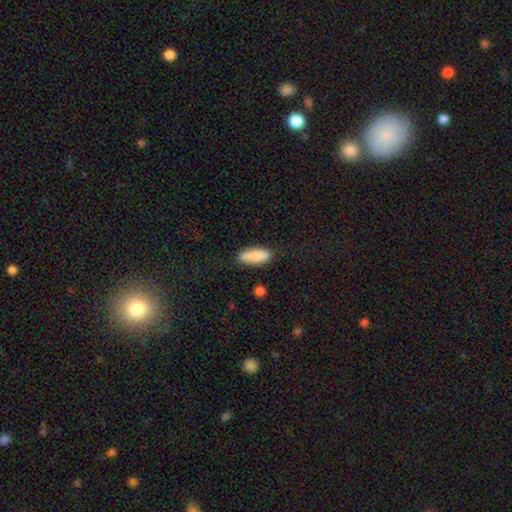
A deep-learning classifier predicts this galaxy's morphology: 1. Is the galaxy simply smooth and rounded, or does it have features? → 88% smooth, 6% star or artifact, 6% featured or disk.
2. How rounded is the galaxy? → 67% in between, 31% cigar-shaped, 2% round.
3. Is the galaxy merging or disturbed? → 80% none, 14% minor disturbance, 3% major disturbance, 2% merger.